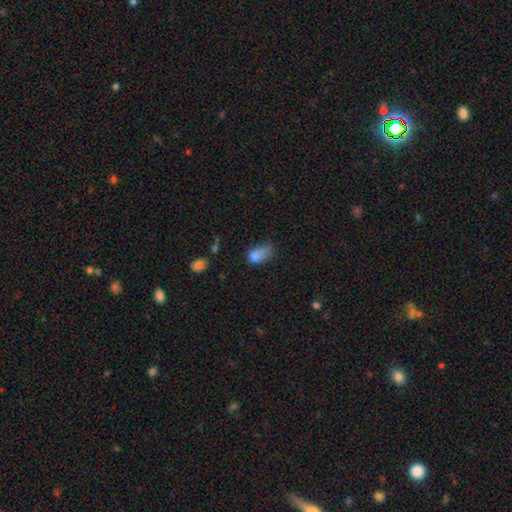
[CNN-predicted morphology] Smooth or featured? smooth (75%)
How rounded? in between (83%)
Merging? major disturbance (36%)